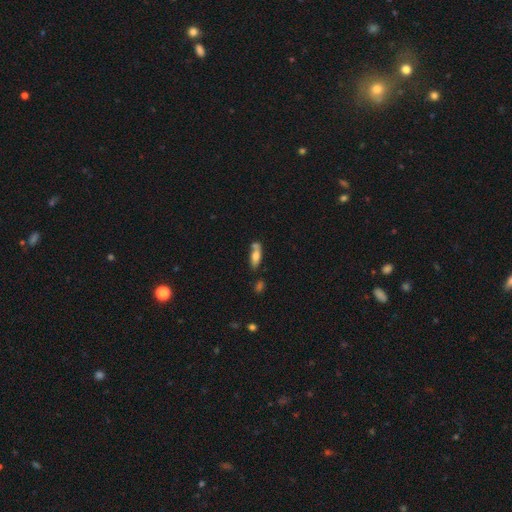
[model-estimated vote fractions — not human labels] Smooth or featured? smooth (69%)
How rounded? in between (64%)
Merging? none (51%)